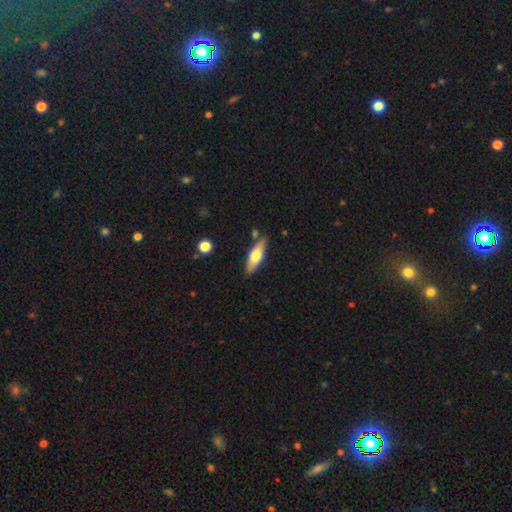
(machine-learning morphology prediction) Q: Smooth or featured?
A: smooth (54%); runner-up: featured or disk (41%)
Q: How rounded?
A: cigar-shaped (51%); runner-up: in between (46%)
Q: Merging?
A: none (82%); runner-up: minor disturbance (11%)